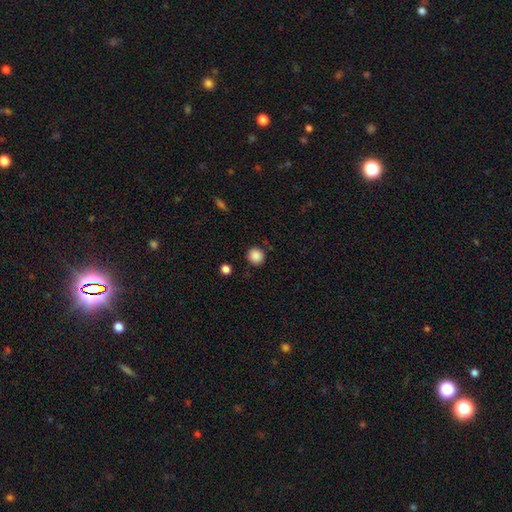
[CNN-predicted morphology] smooth 87%, star or artifact 10%, featured or disk 3%. Down the decision tree: how rounded — round (92%); merging — none (88%).